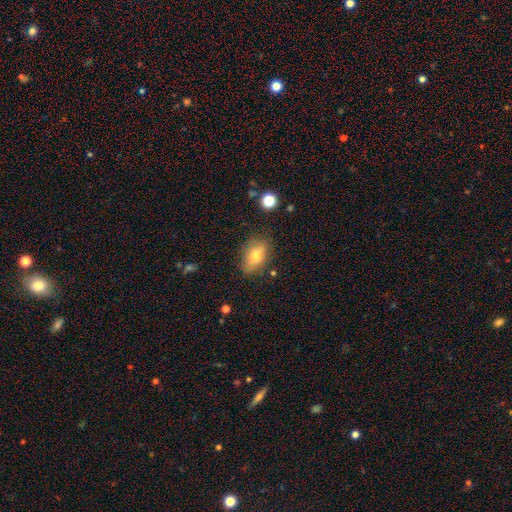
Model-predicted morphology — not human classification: A smooth galaxy with no disk features (66%) that is in between round and cigar-shaped (82%).

Vote fractions:
- Smooth or featured? smooth: 66% / featured or disk: 25% / star or artifact: 9%
- How rounded? in between: 82% / round: 12% / cigar-shaped: 6%
- Merging? none: 77% / minor disturbance: 17% / major disturbance: 4% / merger: 2%